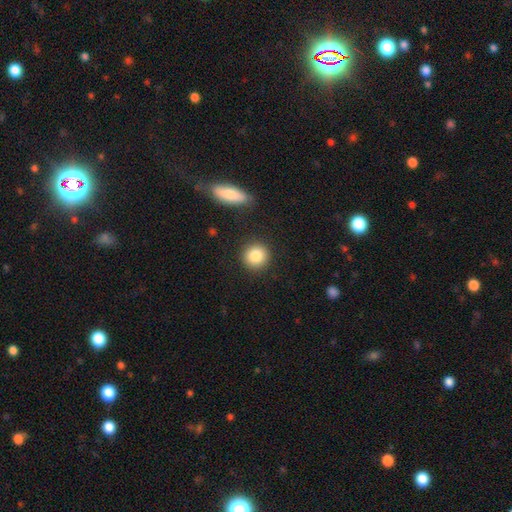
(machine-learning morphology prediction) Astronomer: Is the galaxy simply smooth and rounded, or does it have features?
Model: smooth — 84%.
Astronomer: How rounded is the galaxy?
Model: round — 92%.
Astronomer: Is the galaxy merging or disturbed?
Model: none — 89%.